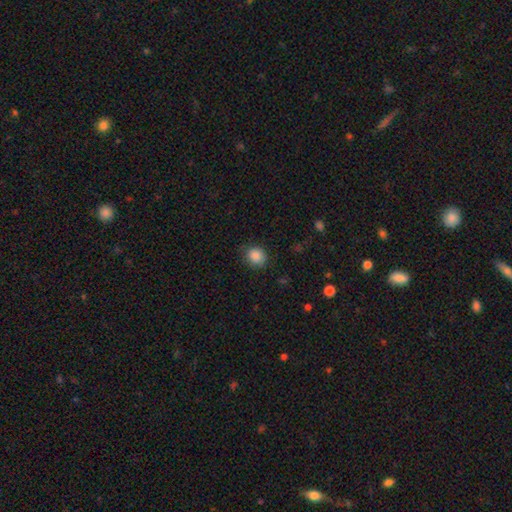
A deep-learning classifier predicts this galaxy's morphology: Smooth or featured?
  - smooth: 87% *
  - star or artifact: 10%
  - featured or disk: 4%
How rounded?
  - round: 77% *
  - in between: 22%
  - cigar-shaped: 1%
Merging?
  - none: 83% *
  - minor disturbance: 13%
  - major disturbance: 3%
  - merger: 1%